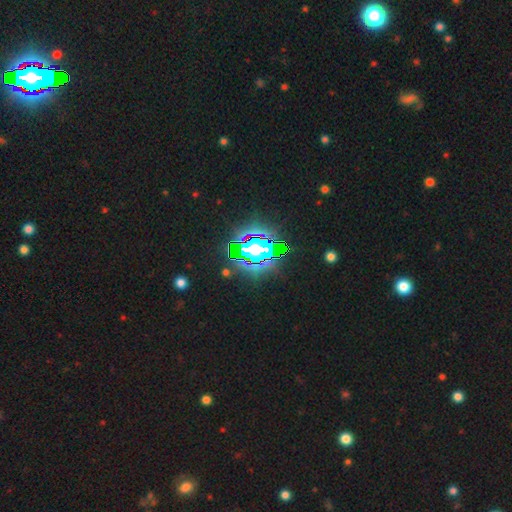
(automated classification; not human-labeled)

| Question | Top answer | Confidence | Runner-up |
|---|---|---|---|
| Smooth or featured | star or artifact | 75% | smooth (13%) |